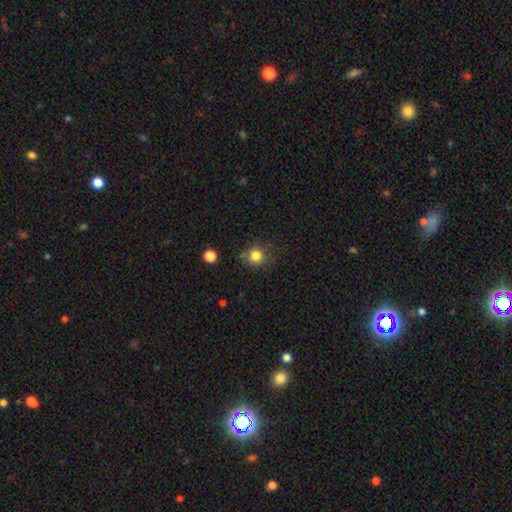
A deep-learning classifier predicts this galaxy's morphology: This appears to be a smooth galaxy with no disk features (82%) that is round (87%). Merging: none (73%).